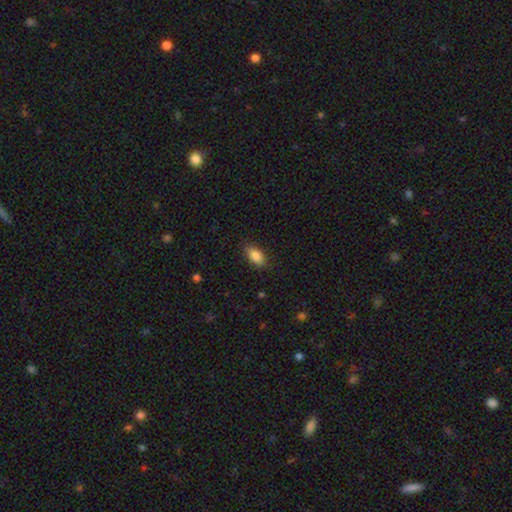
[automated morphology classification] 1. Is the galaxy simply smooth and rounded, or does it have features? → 85% smooth, 8% featured or disk, 8% star or artifact.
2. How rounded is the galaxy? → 88% in between, 8% cigar-shaped, 4% round.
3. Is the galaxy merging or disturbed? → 84% none, 12% minor disturbance, 3% major disturbance, 1% merger.